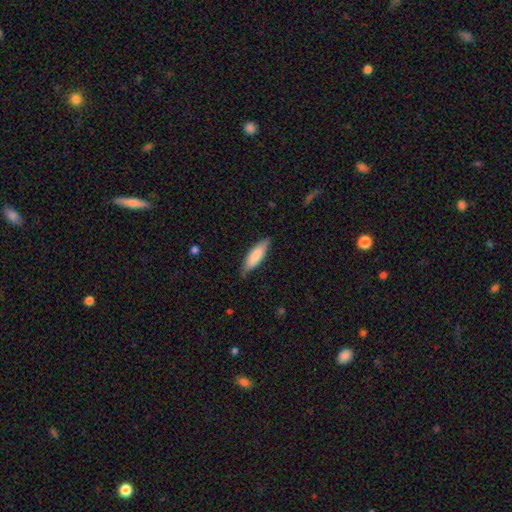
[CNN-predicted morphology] Smooth or featured? smooth (80%)
How rounded? cigar-shaped (49%, tied with in between)
Merging? none (77%)